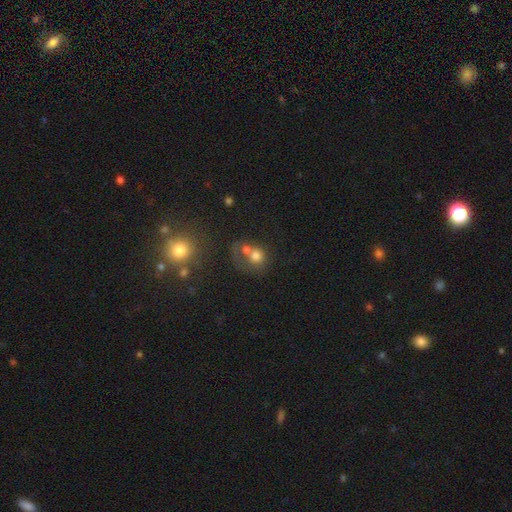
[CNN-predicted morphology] This appears to be a smooth galaxy with no disk features (67%) that is round (75%). Merging: merger (52%).